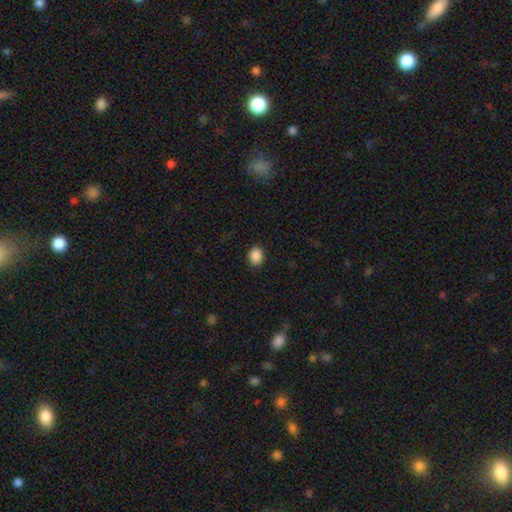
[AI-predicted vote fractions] smooth_or_featured: smooth (p=0.88) [alt: star or artifact p=0.09]
how_rounded: round (p=0.52) [alt: in between p=0.47]
merging: none (p=0.89) [alt: minor disturbance p=0.08]